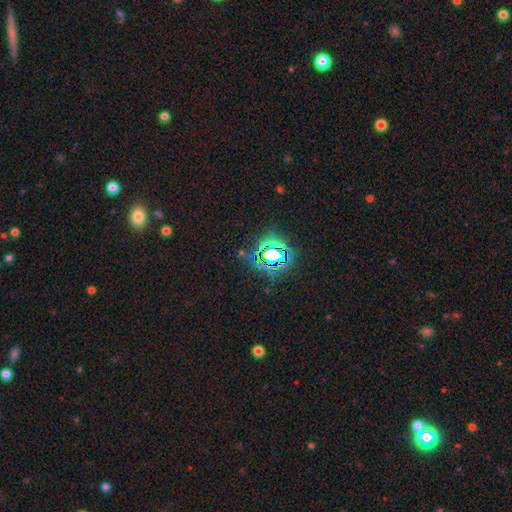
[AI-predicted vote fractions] Smooth or featured? Predicted: star or artifact (p=0.80).